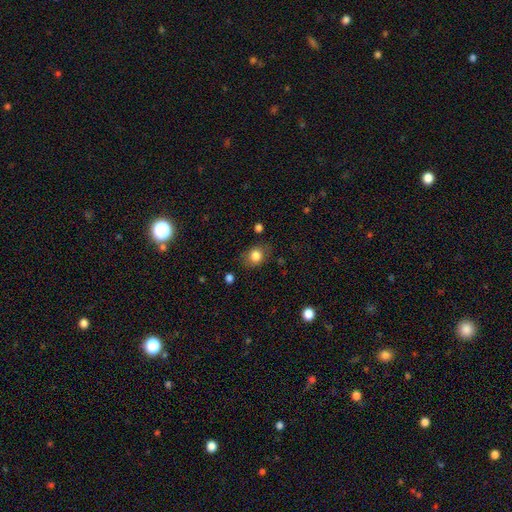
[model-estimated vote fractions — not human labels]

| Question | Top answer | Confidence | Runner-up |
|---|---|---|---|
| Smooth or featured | smooth | 82% | star or artifact (9%) |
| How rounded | round | 54% | in between (45%) |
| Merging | none | 74% | minor disturbance (18%) |